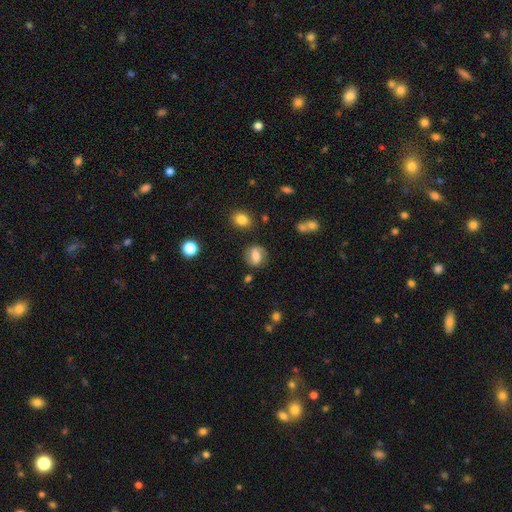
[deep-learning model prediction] Smooth or featured: smooth — 59% (featured or disk — 31%)
How rounded: round — 55% (in between — 43%)
Merging: none — 76% (minor disturbance — 15%)